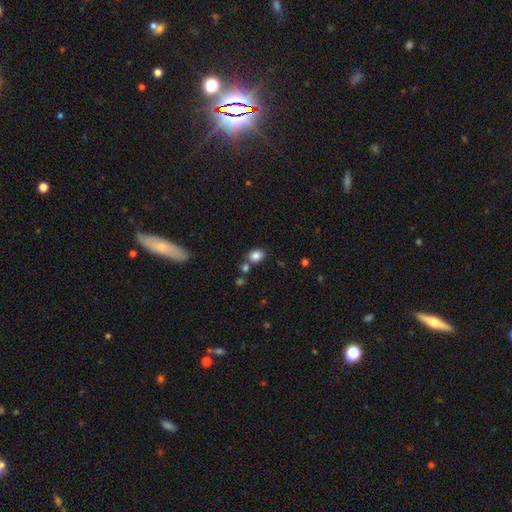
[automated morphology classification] The model was most divided on "how rounded": in between: 63%, round: 36%, cigar-shaped: 1%. More confident: smooth or featured — smooth (85%); merging — none (68%).